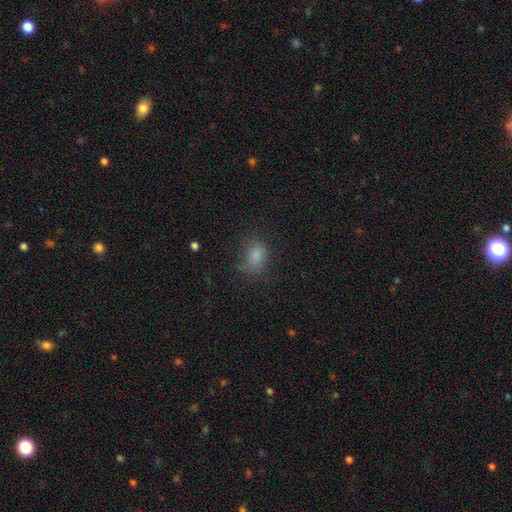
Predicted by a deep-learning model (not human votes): This is likely a smooth galaxy (78%). How rounded: likely in between (74%). Merging: likely none (72%).